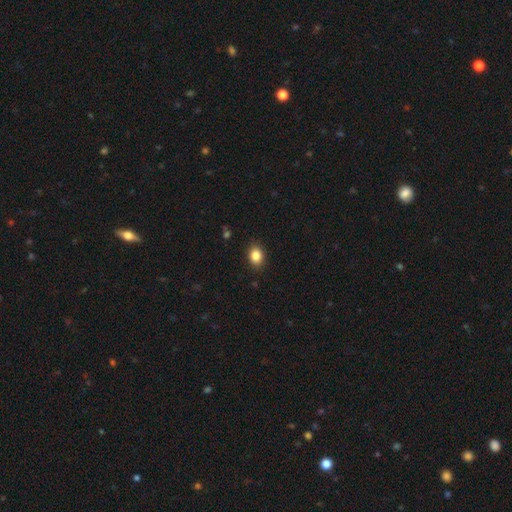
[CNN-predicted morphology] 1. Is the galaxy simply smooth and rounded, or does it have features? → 85% smooth, 9% star or artifact, 5% featured or disk.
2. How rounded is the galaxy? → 65% in between, 34% round, 1% cigar-shaped.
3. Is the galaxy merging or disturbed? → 88% none, 9% minor disturbance, 2% major disturbance, 1% merger.